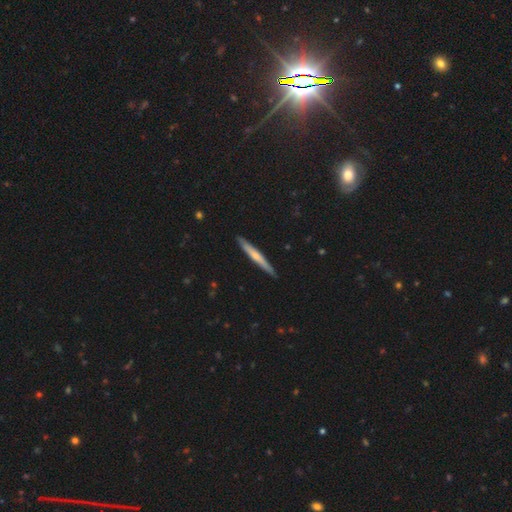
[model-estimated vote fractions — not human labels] Q: Smooth or featured?
A: featured or disk (50%); runner-up: smooth (45%)
Q: Merging?
A: none (91%); runner-up: minor disturbance (7%)